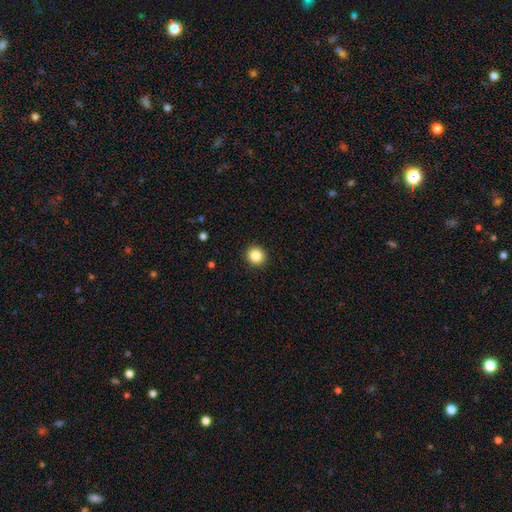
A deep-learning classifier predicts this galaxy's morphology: smooth 85%, star or artifact 10%, featured or disk 5%. Down the decision tree: how rounded — round (92%); merging — none (92%).